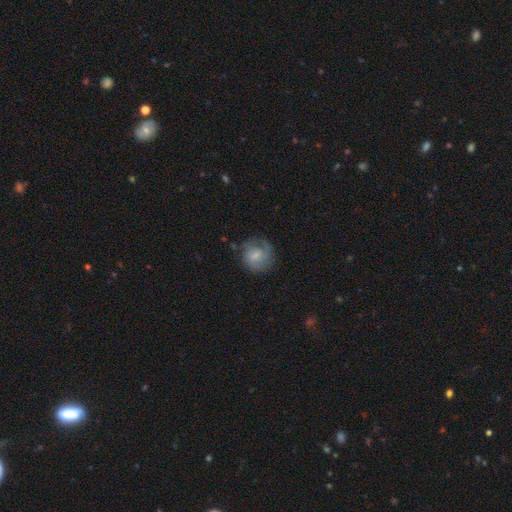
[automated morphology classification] Smooth or featured: smooth — 54% (featured or disk — 38%)
How rounded: round — 83% (in between — 16%)
Merging: none — 59% (minor disturbance — 24%)